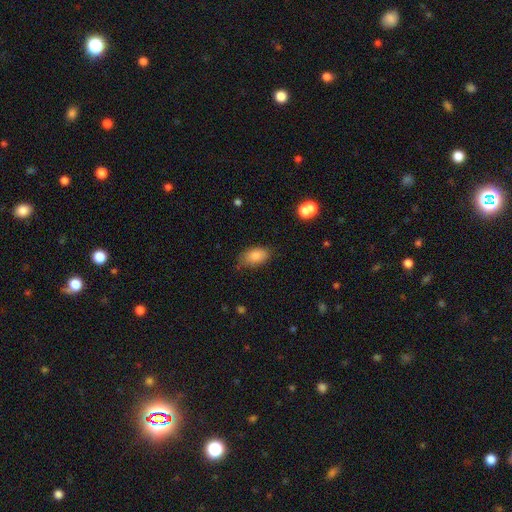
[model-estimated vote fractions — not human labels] Smooth or featured: smooth — 85% (star or artifact — 8%)
How rounded: in between — 91% (round — 6%)
Merging: none — 71% (minor disturbance — 23%)